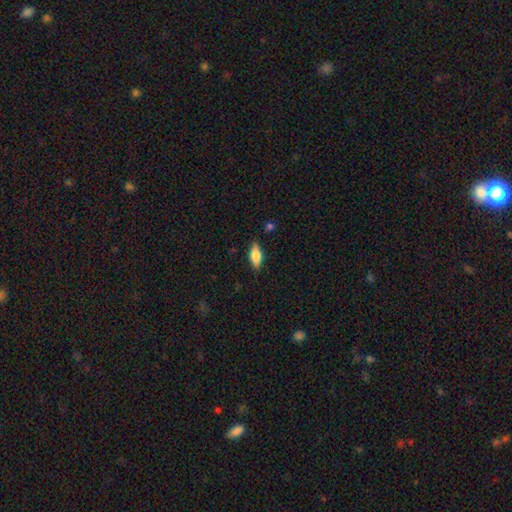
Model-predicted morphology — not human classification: Overall: smooth (64%; featured or disk 29%). How rounded: in between (76%). Merging: none (84%).